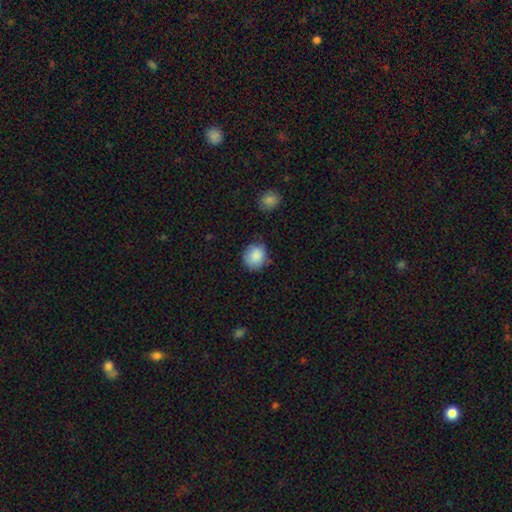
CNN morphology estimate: smooth 87%, star or artifact 7%, featured or disk 6%. Down the decision tree: how rounded — round (79%); merging — none (75%).